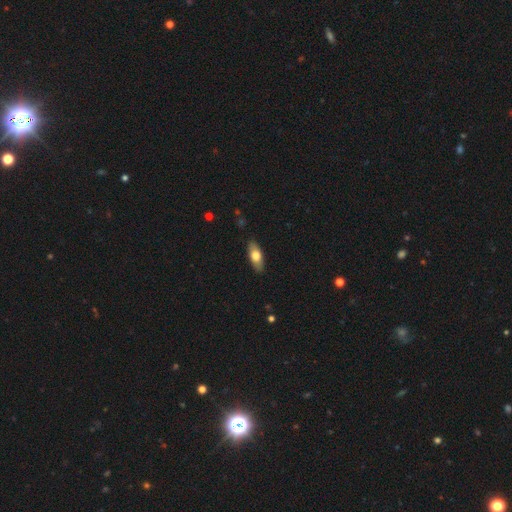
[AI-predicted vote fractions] smooth_or_featured: smooth (p=0.69) [alt: featured or disk p=0.25]
how_rounded: in between (p=0.80) [alt: cigar-shaped p=0.17]
merging: none (p=0.87) [alt: minor disturbance p=0.10]